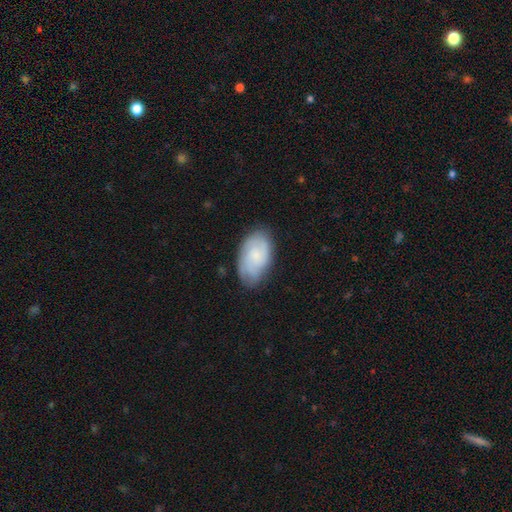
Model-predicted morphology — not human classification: Smooth or featured?
  - featured or disk: 56% *
  - smooth: 37%
  - star or artifact: 7%
Edge-on disk?
  - no: 96% *
  - yes: 4%
Bar?
  - no: 71% *
  - weak: 26%
  - strong: 3%
Spiral arms?
  - yes: 91% *
  - no: 9%
Bulge size?
  - small: 61% *
  - moderate: 21%
  - none: 14%
  - large: 2%
  - dominant: 1%
Merging?
  - none: 75% *
  - minor disturbance: 19%
  - major disturbance: 5%
  - merger: 1%